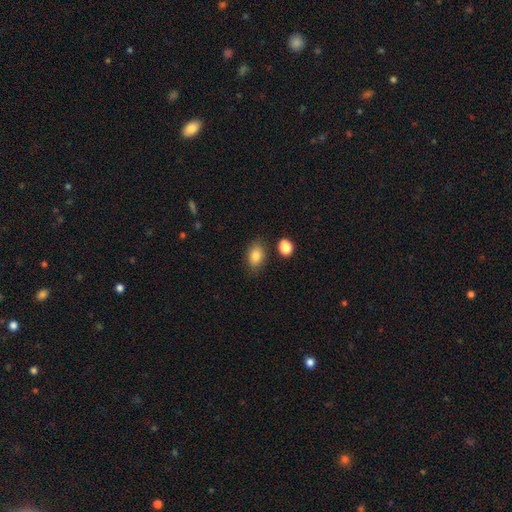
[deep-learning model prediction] Smooth or featured: smooth — 84% (star or artifact — 9%)
How rounded: in between — 83% (round — 15%)
Merging: none — 78% (minor disturbance — 14%)